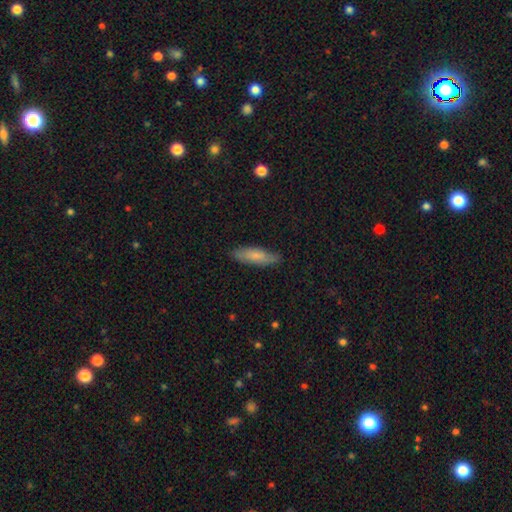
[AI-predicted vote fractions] smooth-or-featured: smooth: 73% | featured or disk: 21% | star or artifact: 6%
  how-rounded: cigar-shaped: 51% | in between: 47% | round: 2%
  merging: none: 80% | minor disturbance: 16% | major disturbance: 3% | merger: 1%